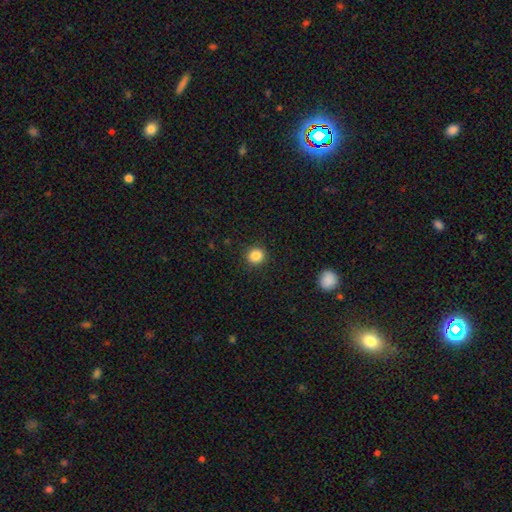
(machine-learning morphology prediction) This is clearly a smooth galaxy (85%). How rounded: clearly round (90%). Merging: clearly none (91%).